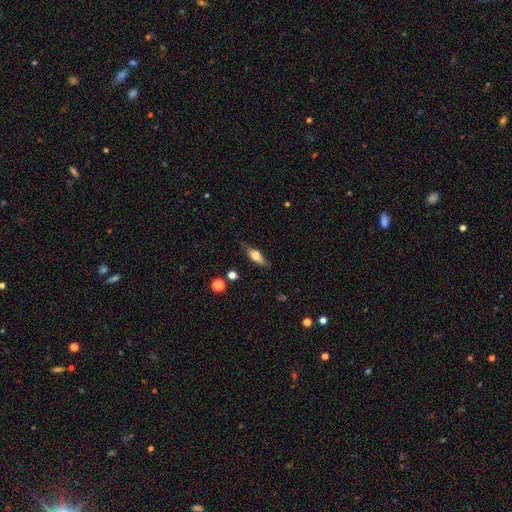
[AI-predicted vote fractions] Smooth or featured?
  - smooth: 58% *
  - featured or disk: 34%
  - star or artifact: 9%
How rounded?
  - in between: 57% *
  - cigar-shaped: 39%
  - round: 4%
Merging?
  - none: 72% *
  - minor disturbance: 20%
  - major disturbance: 5%
  - merger: 2%